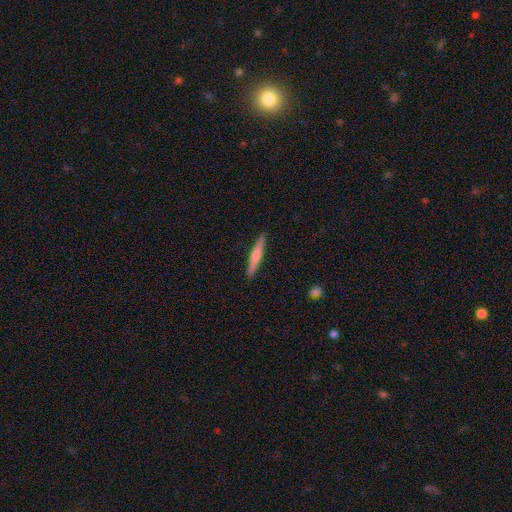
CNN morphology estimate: Overall: smooth (53%; featured or disk 42%). How rounded: cigar-shaped (94%). Merging: none (91%).